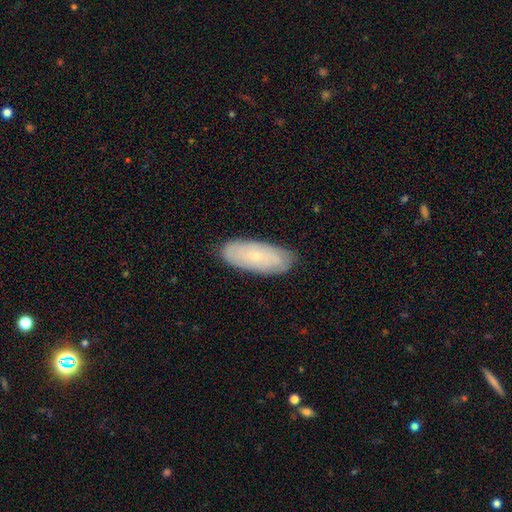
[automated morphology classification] This appears to be a smooth galaxy with no disk features (54%) that is in between round and cigar-shaped (81%). Merging: none (84%).